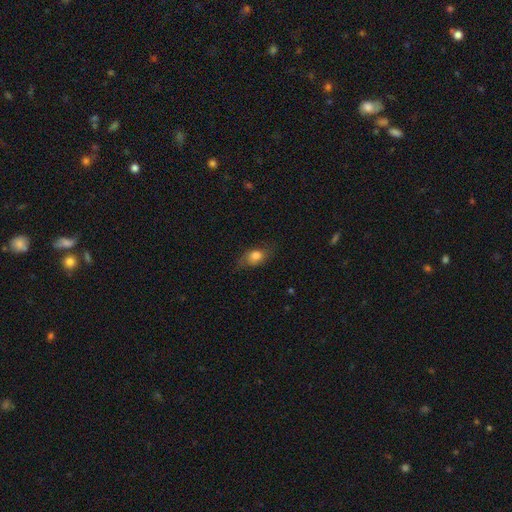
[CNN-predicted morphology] Smooth or featured? smooth (73%)
How rounded? in between (73%)
Merging? none (68%)